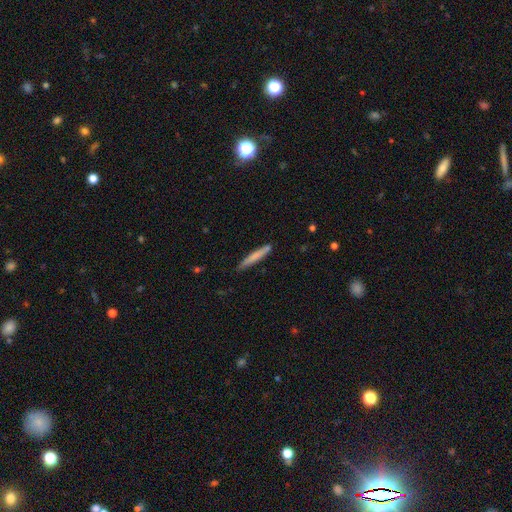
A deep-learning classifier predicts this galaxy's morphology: This appears to be a smooth galaxy with no disk features (71%) that is cigar-shaped (96%). Merging: none (86%).